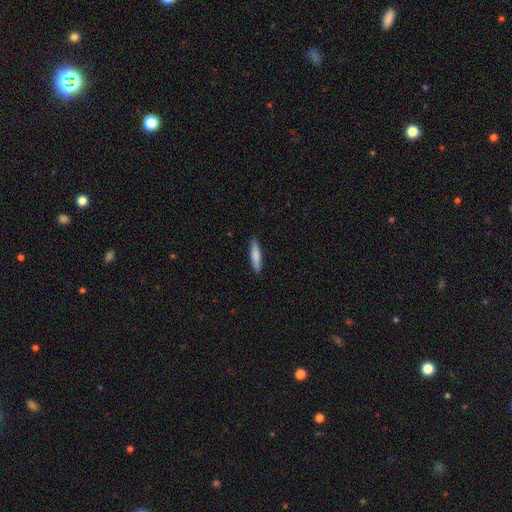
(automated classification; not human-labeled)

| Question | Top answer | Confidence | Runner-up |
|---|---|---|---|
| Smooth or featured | smooth | 81% | featured or disk (14%) |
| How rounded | cigar-shaped | 83% | in between (15%) |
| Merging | none | 90% | minor disturbance (8%) |